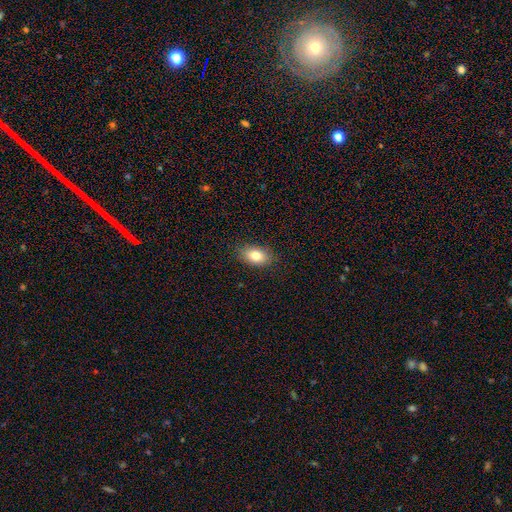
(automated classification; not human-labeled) A smooth galaxy with no disk features (82%) that is in between round and cigar-shaped (88%).

Vote fractions:
- Smooth or featured? smooth: 82% / featured or disk: 10% / star or artifact: 8%
- How rounded? in between: 88% / round: 10% / cigar-shaped: 2%
- Merging? none: 85% / minor disturbance: 11% / major disturbance: 3% / merger: 1%